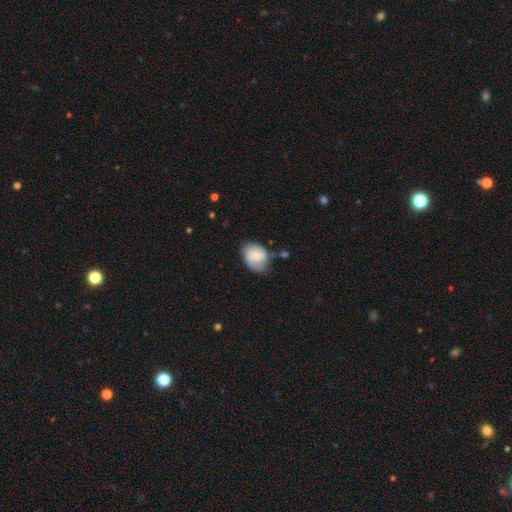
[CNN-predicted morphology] The model was most divided on "merging": none: 54%, minor disturbance: 32%, major disturbance: 8%, merger: 6%. More confident: smooth or featured — smooth (76%); how rounded — in between (67%).